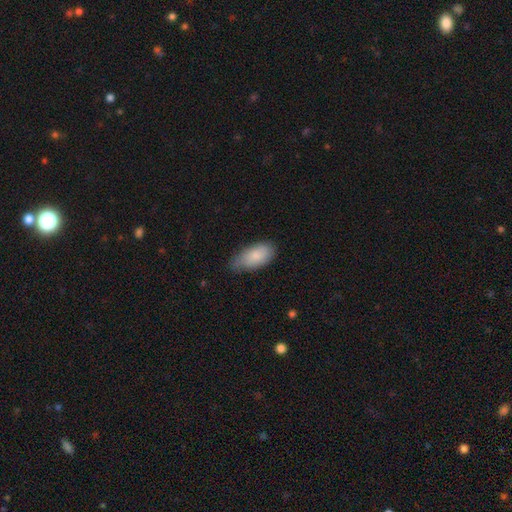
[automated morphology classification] Smooth or featured?
  - smooth: 85% *
  - featured or disk: 10%
  - star or artifact: 6%
How rounded?
  - in between: 93% *
  - cigar-shaped: 5%
  - round: 2%
Merging?
  - none: 65% *
  - minor disturbance: 29%
  - major disturbance: 5%
  - merger: 1%